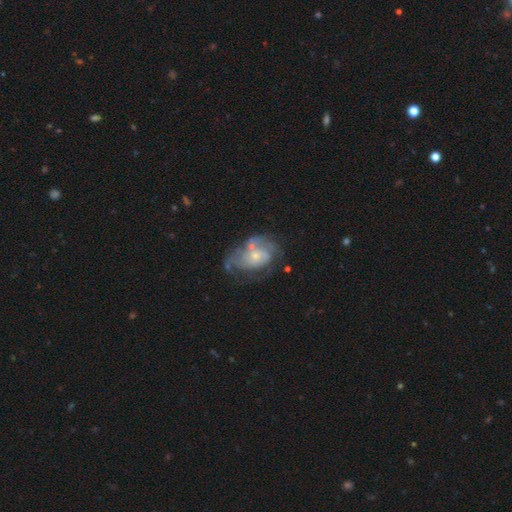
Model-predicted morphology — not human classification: This appears to be a featured or disk galaxy (67%) with no bar (79%), spiral arms (68%) and a small central bulge (64%). Merging: none (39%).